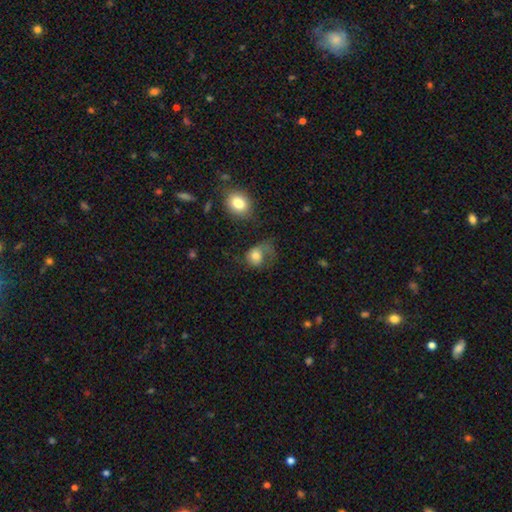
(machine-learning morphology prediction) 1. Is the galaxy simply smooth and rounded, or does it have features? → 69% smooth, 22% featured or disk, 9% star or artifact.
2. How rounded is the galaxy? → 59% round, 40% in between, 1% cigar-shaped.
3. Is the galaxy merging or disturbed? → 50% major disturbance, 24% none, 20% minor disturbance, 6% merger.